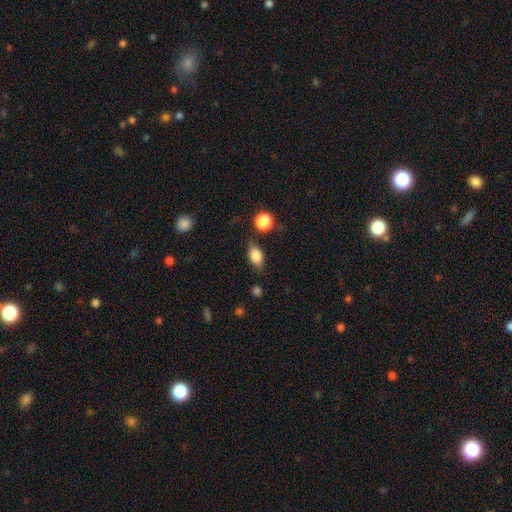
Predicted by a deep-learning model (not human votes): Smooth or featured? Predicted: smooth (p=0.81). How rounded? Predicted: in between (p=0.84). Merging? Predicted: none (p=0.78).